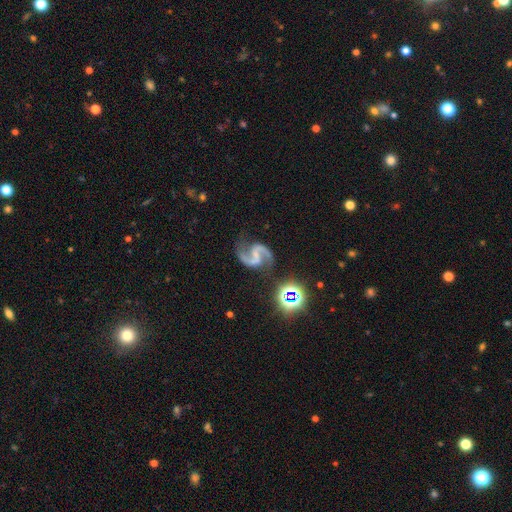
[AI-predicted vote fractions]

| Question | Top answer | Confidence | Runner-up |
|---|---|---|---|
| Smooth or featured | featured or disk | 90% | star or artifact (6%) |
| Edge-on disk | no | 98% | yes (2%) |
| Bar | weak | 43% | no (32%) |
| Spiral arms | yes | 98% | no (2%) |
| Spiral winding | loose | 47% | medium (46%) |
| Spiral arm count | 2 | 94% | 1 (1%) |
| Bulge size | none | 49% | small (38%) |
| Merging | none | 75% | minor disturbance (15%) |